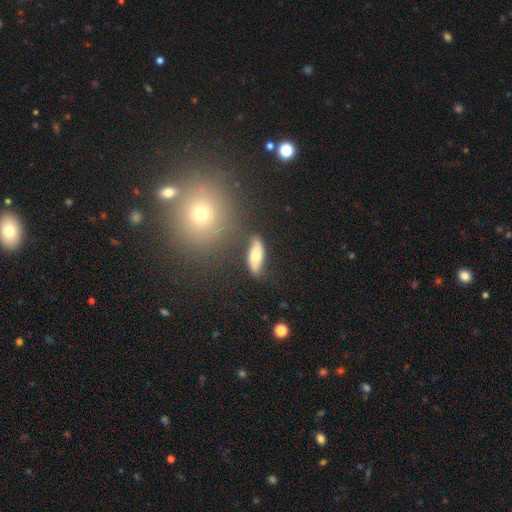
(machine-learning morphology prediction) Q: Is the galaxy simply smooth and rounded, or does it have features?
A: smooth — 63%.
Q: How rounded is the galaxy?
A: in between — 66%.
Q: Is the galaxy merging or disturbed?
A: none — 74%.